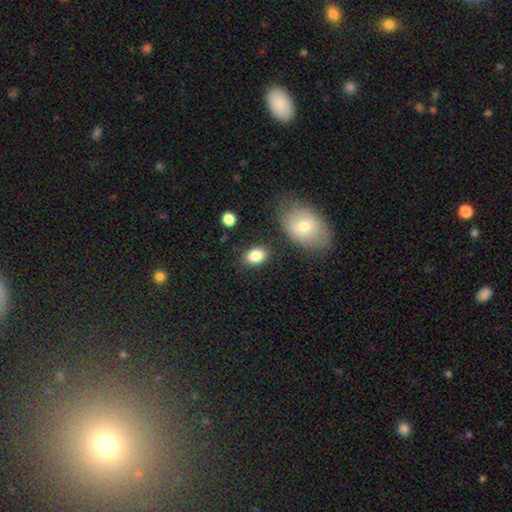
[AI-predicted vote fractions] The model was most divided on "how rounded": in between: 78%, round: 20%, cigar-shaped: 1%. More confident: smooth or featured — smooth (84%); merging — none (82%).